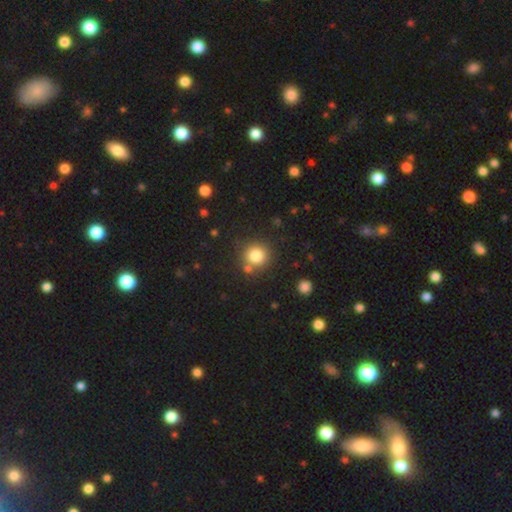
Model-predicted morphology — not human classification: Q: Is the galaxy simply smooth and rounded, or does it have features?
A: smooth — 82%.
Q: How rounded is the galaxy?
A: round — 92%.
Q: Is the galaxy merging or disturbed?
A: none — 78%.